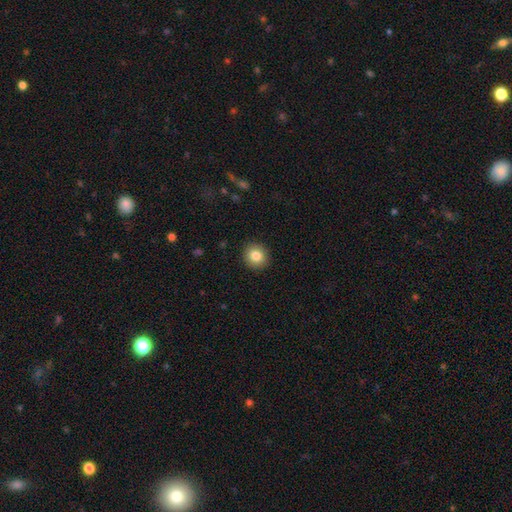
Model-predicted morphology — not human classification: smooth_or_featured: smooth (p=0.83) [alt: star or artifact p=0.09]
how_rounded: round (p=0.87) [alt: in between p=0.12]
merging: none (p=0.91) [alt: minor disturbance p=0.06]